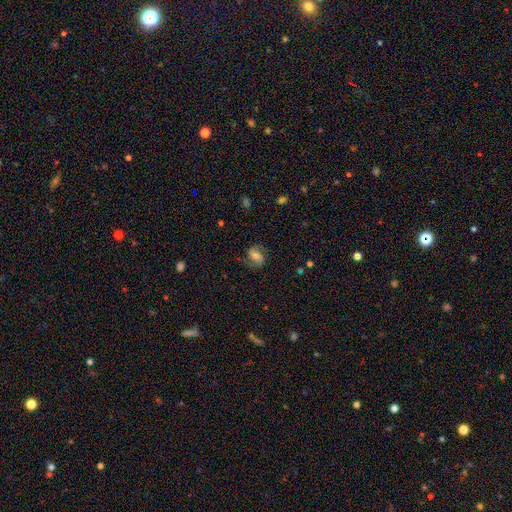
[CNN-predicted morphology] Overall: featured or disk (77%). Edge-on disk: no (98%). Bar: weak (45%; no 31%). Spiral arms: yes (95%). Spiral arm count: 2 (92%). Spiral winding: medium (54%; loose 25%). Bulge size: moderate (52%; small 28%). Merging: none (80%).